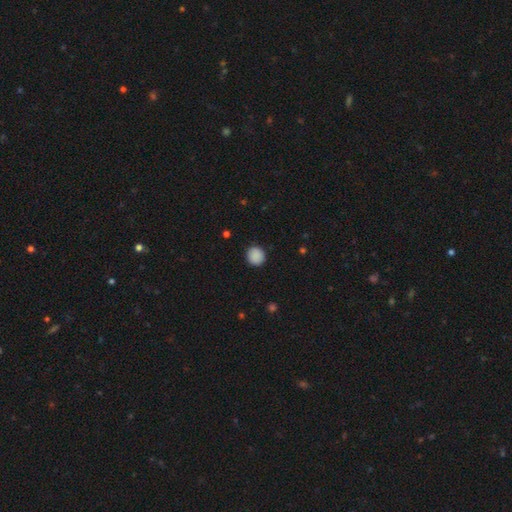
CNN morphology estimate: This appears to be a smooth galaxy with no disk features (89%) that is round (90%). Merging: none (90%).